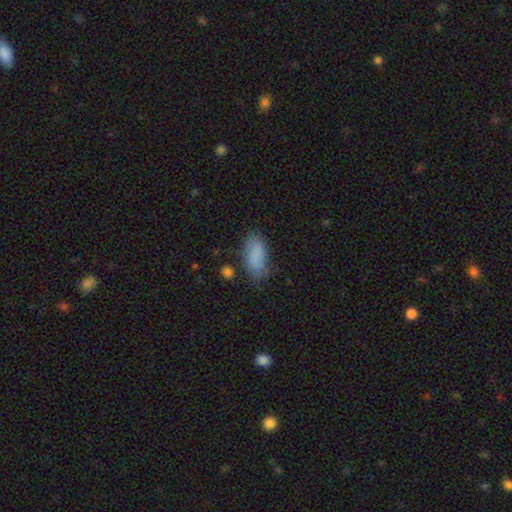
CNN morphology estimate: Q: Smooth or featured?
A: smooth (84%); runner-up: featured or disk (9%)
Q: How rounded?
A: in between (91%); runner-up: cigar-shaped (6%)
Q: Merging?
A: none (64%); runner-up: minor disturbance (25%)